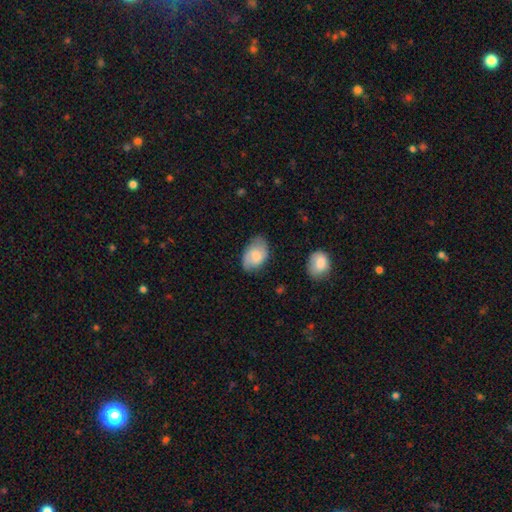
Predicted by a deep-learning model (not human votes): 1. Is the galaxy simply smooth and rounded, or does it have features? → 66% smooth, 27% featured or disk, 7% star or artifact.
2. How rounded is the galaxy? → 88% in between, 11% round, 1% cigar-shaped.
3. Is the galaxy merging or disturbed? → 66% none, 27% minor disturbance, 6% major disturbance, 2% merger.